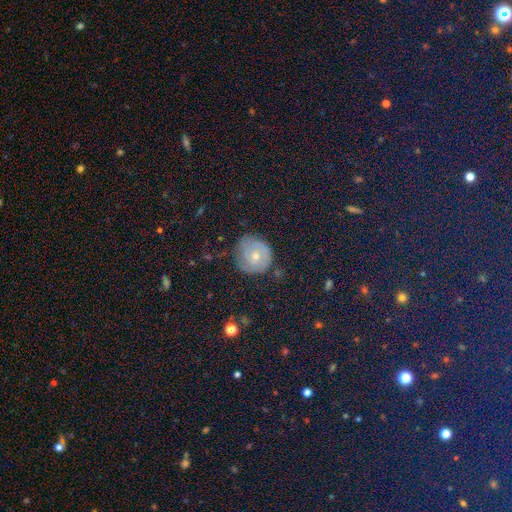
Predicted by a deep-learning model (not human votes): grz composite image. It shows a smooth galaxy with no disk features (47%). Merging: none (66%).